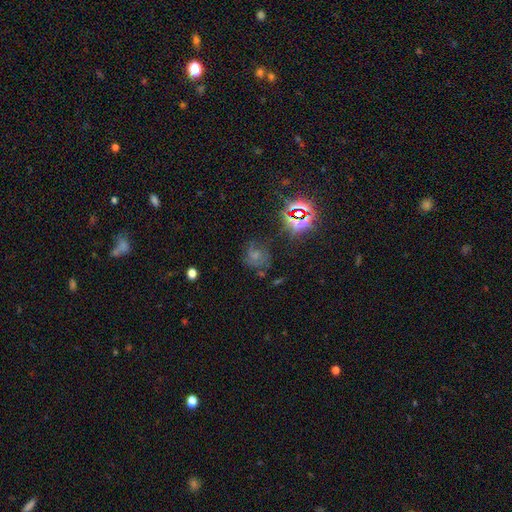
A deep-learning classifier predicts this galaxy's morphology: Overall: featured or disk (36%; smooth 33%). Merging: none (53%; minor disturbance 22%).